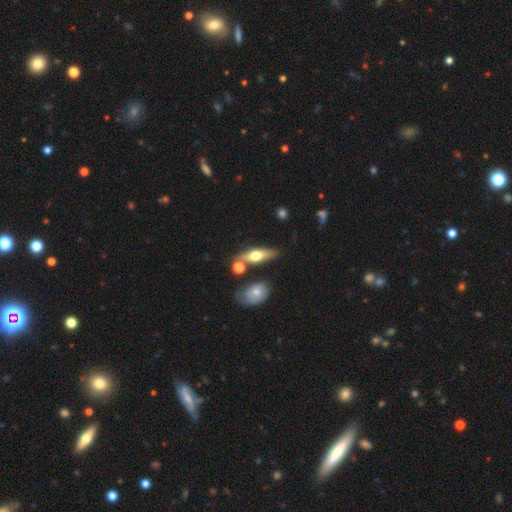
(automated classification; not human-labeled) This appears to be a smooth galaxy with no disk features (51%) that is in between round and cigar-shaped (51%). Merging: none (66%).